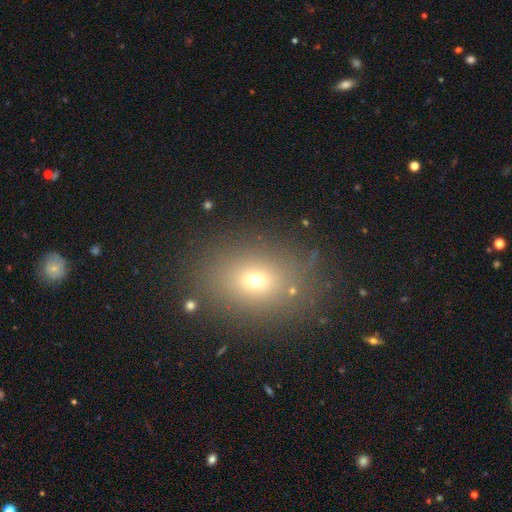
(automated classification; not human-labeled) A smooth galaxy with no disk features (63%) that is in between round and cigar-shaped (62%). Merging: none (87%).